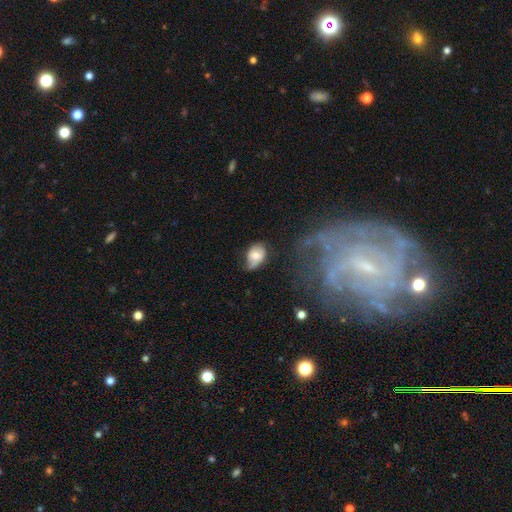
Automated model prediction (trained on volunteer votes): The model was most divided on "merging": none: 44%, minor disturbance: 39%, major disturbance: 14%, merger: 4%. More confident: how rounded — in between (79%); smooth or featured — smooth (61%).